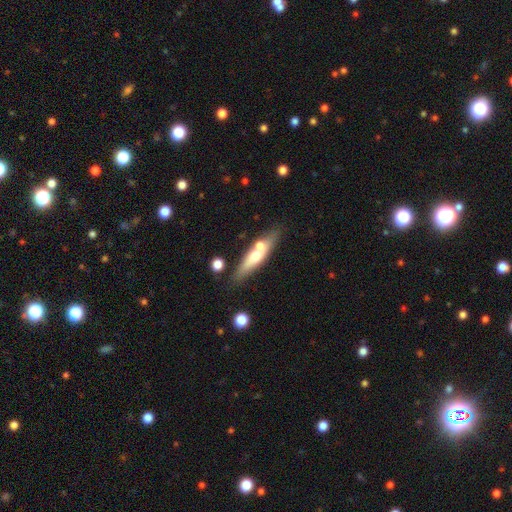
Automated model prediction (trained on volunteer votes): The model was most divided on "smooth or featured": smooth: 49%, featured or disk: 45%, star or artifact: 6%. More confident: merging — none (63%).